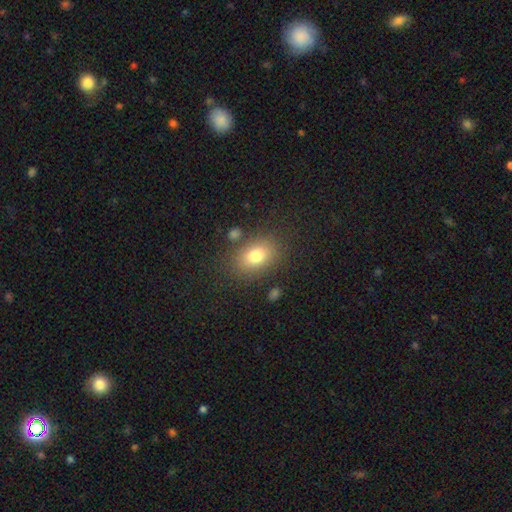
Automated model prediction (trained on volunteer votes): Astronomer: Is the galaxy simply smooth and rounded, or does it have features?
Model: smooth — 79%.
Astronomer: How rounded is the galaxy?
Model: in between — 80%.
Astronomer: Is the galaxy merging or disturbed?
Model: none — 80%.